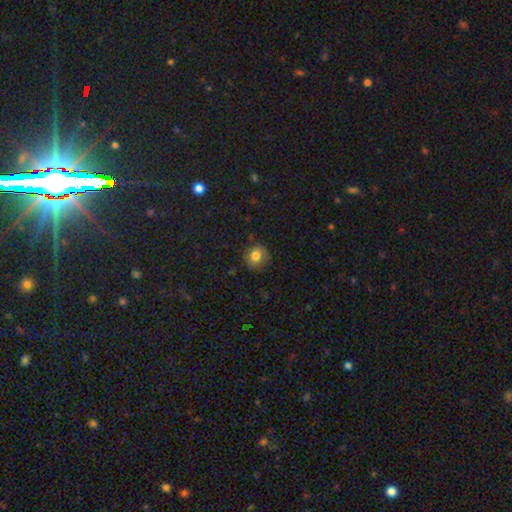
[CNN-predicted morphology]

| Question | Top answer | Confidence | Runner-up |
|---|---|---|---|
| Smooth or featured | smooth | 78% | featured or disk (11%) |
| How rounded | round | 87% | in between (12%) |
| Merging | none | 82% | minor disturbance (14%) |